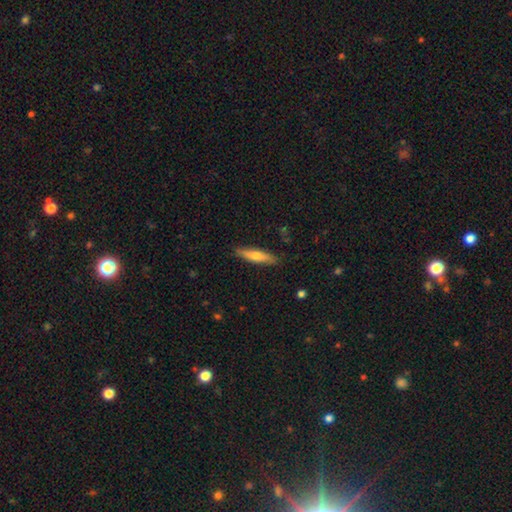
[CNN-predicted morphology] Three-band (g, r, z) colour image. It shows a smooth galaxy with no disk features (55%) that is cigar-shaped (80%). Merging: none (88%).